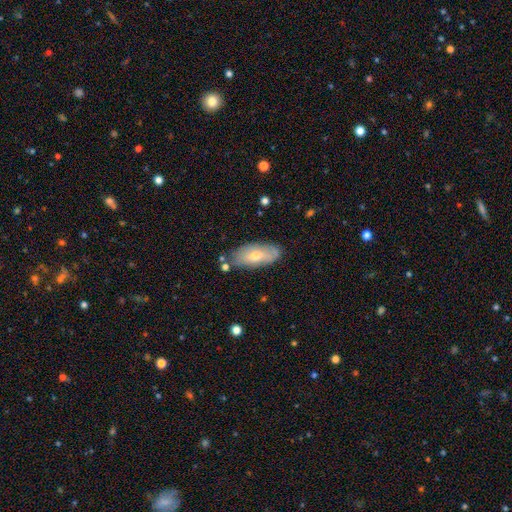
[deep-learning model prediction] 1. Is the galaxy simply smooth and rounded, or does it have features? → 56% smooth, 38% featured or disk, 7% star or artifact.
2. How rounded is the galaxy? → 85% in between, 12% cigar-shaped, 3% round.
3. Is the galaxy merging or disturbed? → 69% none, 21% minor disturbance, 5% merger, 5% major disturbance.